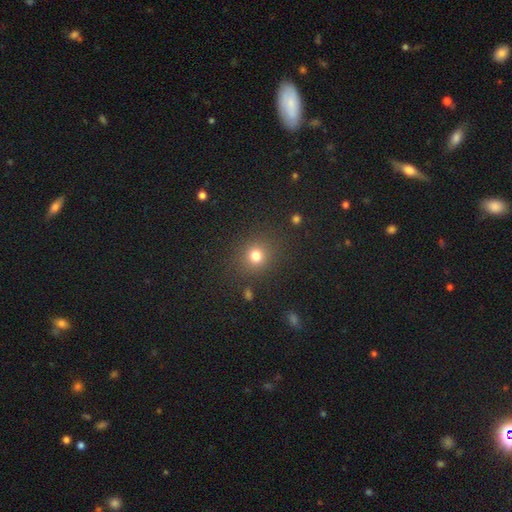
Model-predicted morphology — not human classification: Smooth or featured? smooth (78%)
How rounded? round (84%)
Merging? none (85%)